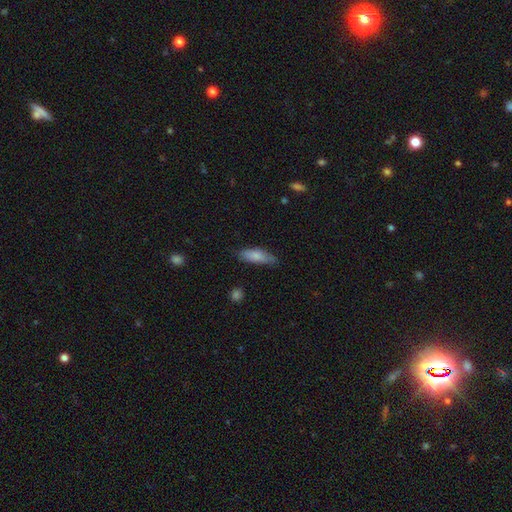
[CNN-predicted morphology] type=smooth (80%); roundness=in between (58%); merging=none (72%).